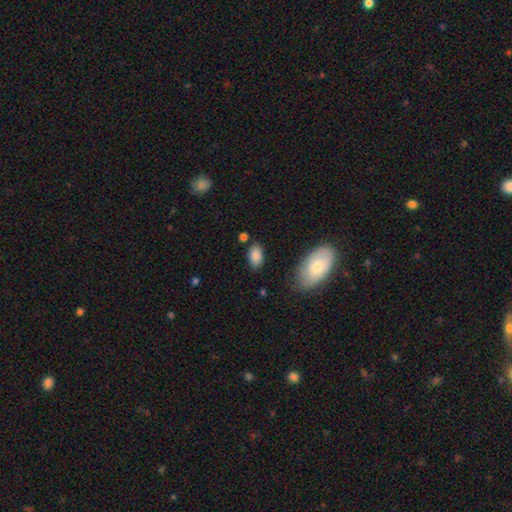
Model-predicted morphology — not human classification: This is clearly a smooth galaxy (86%). How rounded: clearly in between (92%). Merging: likely none (80%).